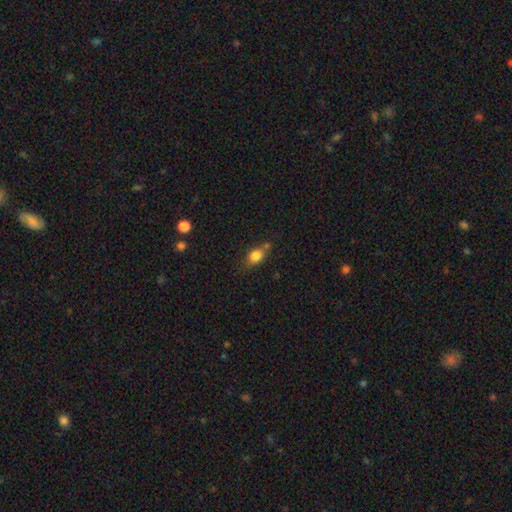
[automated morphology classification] Smooth or featured?
  - smooth: 81% *
  - star or artifact: 10%
  - featured or disk: 9%
How rounded?
  - in between: 65% *
  - round: 32%
  - cigar-shaped: 3%
Merging?
  - none: 54% *
  - minor disturbance: 21%
  - merger: 18%
  - major disturbance: 6%